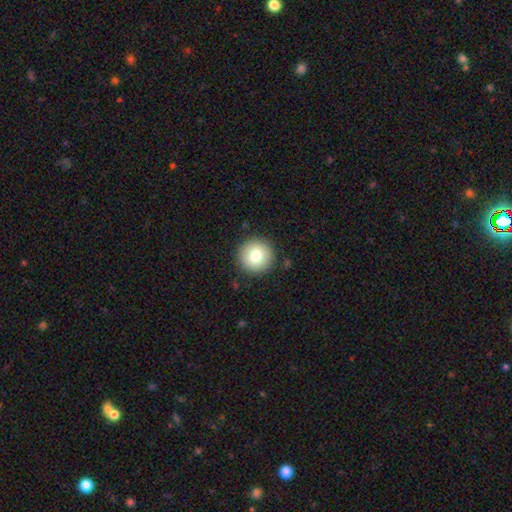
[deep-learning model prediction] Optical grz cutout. It shows a smooth galaxy with no disk features (79%) that is round (96%). Merging: none (90%).